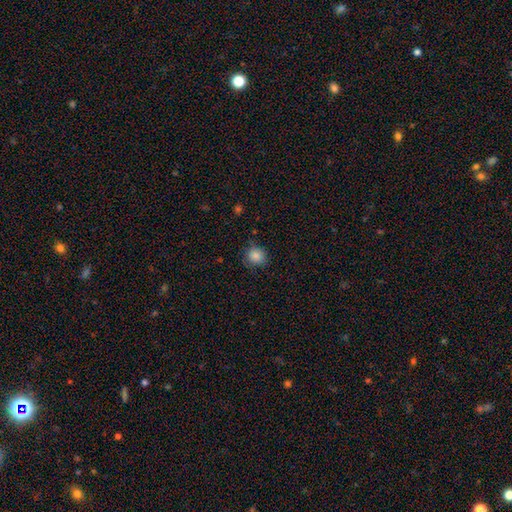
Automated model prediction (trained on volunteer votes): A smooth galaxy with no disk features (86%) that is round (86%). Merging: none (80%).